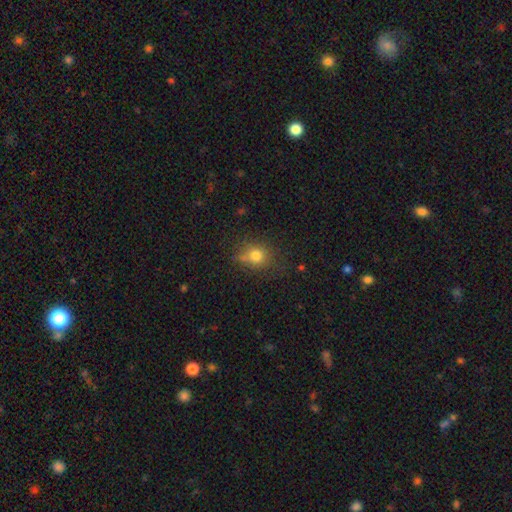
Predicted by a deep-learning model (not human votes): This is likely a smooth galaxy (74%). How rounded: likely round (69%). Merging: likely none (67%).